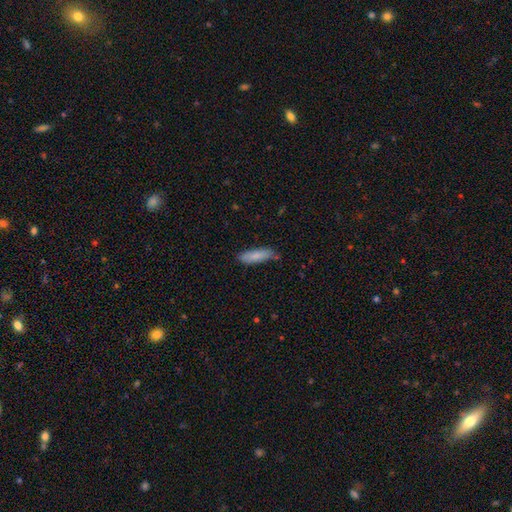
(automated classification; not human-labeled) A smooth galaxy with no disk features (82%) that is cigar-shaped (55%). Merging: none (78%).